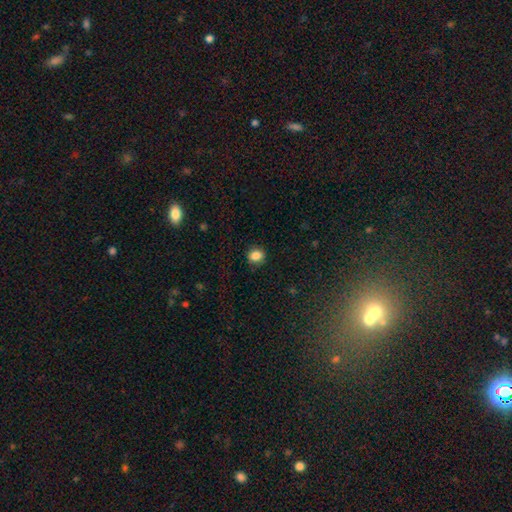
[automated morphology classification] type=smooth (85%); roundness=round (76%); merging=none (89%).